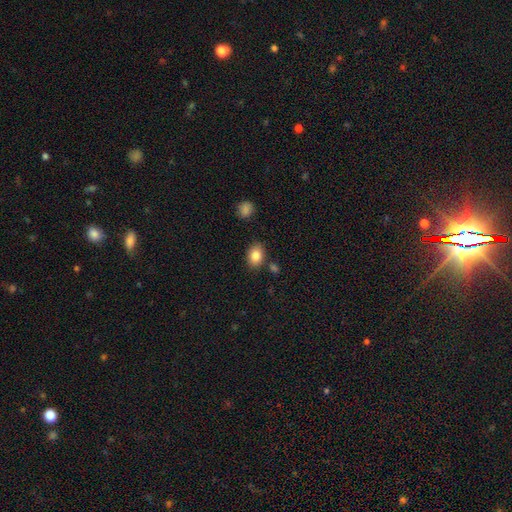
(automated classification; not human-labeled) Smooth or featured?
  - smooth: 85% *
  - star or artifact: 9%
  - featured or disk: 7%
How rounded?
  - in between: 71% *
  - round: 28%
  - cigar-shaped: 1%
Merging?
  - none: 82% *
  - minor disturbance: 11%
  - merger: 5%
  - major disturbance: 3%